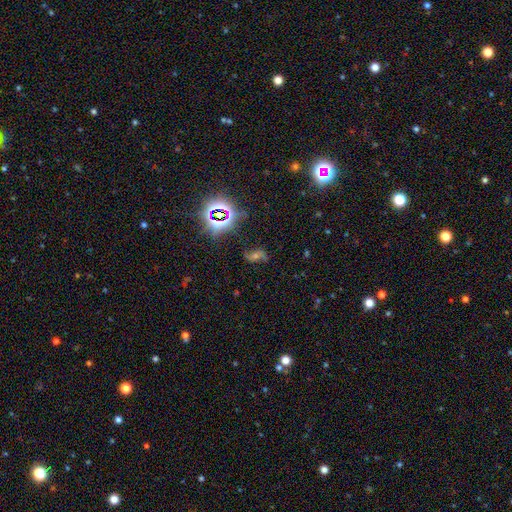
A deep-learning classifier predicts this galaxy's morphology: The model was most divided on "smooth or featured": star or artifact: 48%, featured or disk: 34%, smooth: 18%.